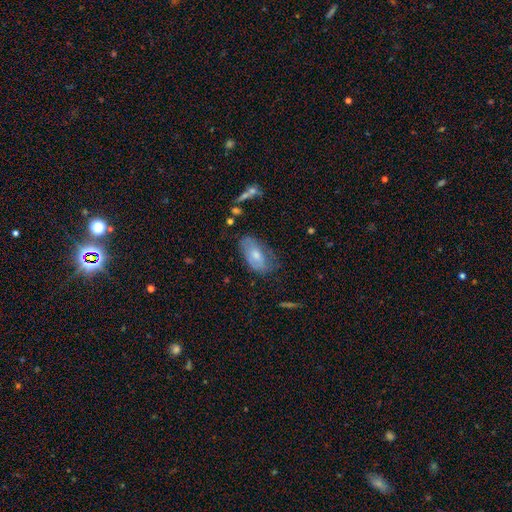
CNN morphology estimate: type=smooth (58%); roundness=in between (91%); merging=none (53%).